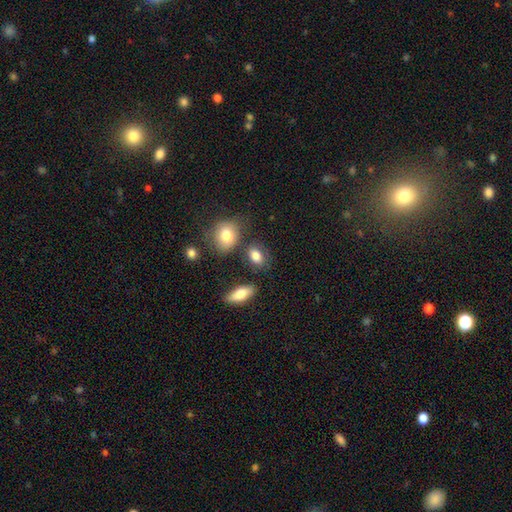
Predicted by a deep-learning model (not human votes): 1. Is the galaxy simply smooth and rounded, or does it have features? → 84% smooth, 9% star or artifact, 7% featured or disk.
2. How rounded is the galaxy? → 76% in between, 22% round, 2% cigar-shaped.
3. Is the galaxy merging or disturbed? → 69% none, 16% minor disturbance, 10% merger, 5% major disturbance.